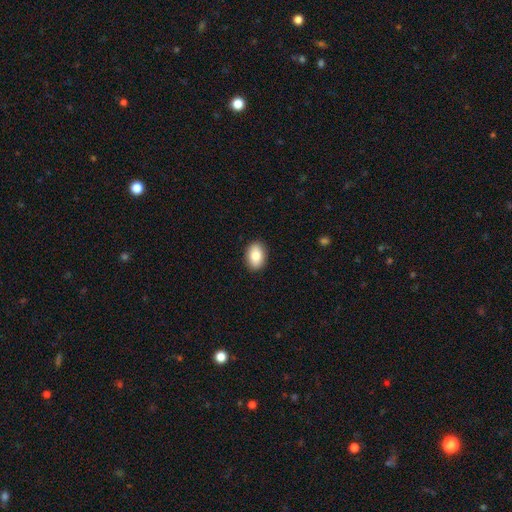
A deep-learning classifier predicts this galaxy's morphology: A smooth galaxy with no disk features (82%) that is in between round and cigar-shaped (84%).

Vote fractions:
- Smooth or featured? smooth: 82% / featured or disk: 11% / star or artifact: 7%
- How rounded? in between: 84% / round: 15% / cigar-shaped: 1%
- Merging? none: 90% / minor disturbance: 7% / major disturbance: 2% / merger: 1%